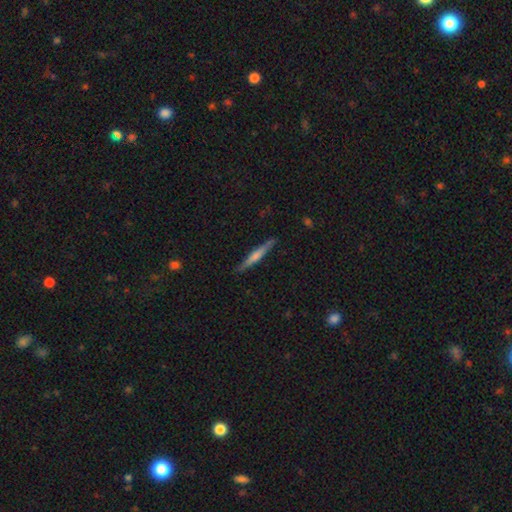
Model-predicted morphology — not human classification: This appears to be a featured or disk galaxy (51%) viewed edge-on (97%). Merging: none (88%).